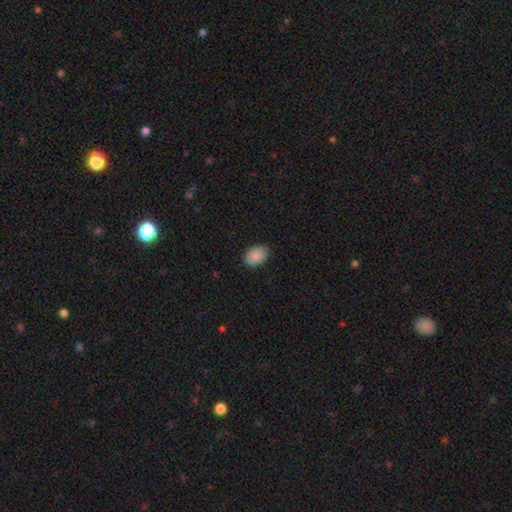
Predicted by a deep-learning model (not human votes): Q: Smooth or featured?
A: smooth (89%); runner-up: star or artifact (7%)
Q: How rounded?
A: in between (84%); runner-up: round (15%)
Q: Merging?
A: none (88%); runner-up: minor disturbance (9%)